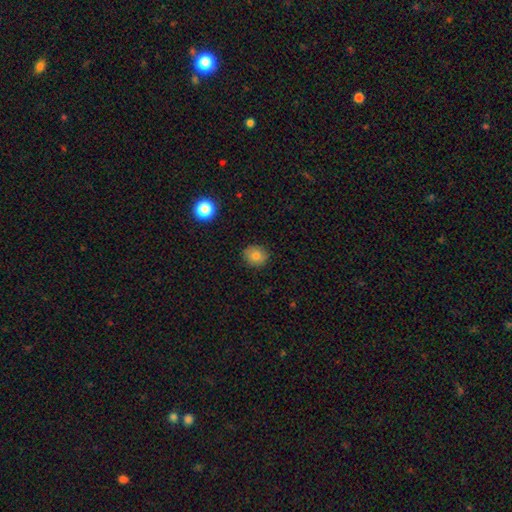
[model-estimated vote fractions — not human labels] Smooth or featured: smooth — 82% (star or artifact — 10%)
How rounded: round — 71% (in between — 28%)
Merging: none — 86% (minor disturbance — 11%)